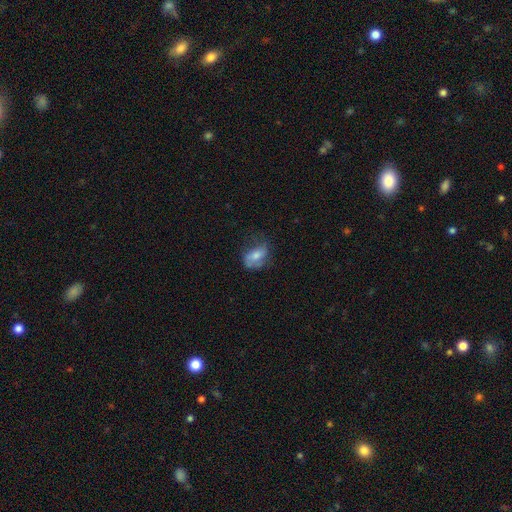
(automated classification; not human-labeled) Morphology: type=smooth (55%); roundness=in between (83%); merging=none (47%).